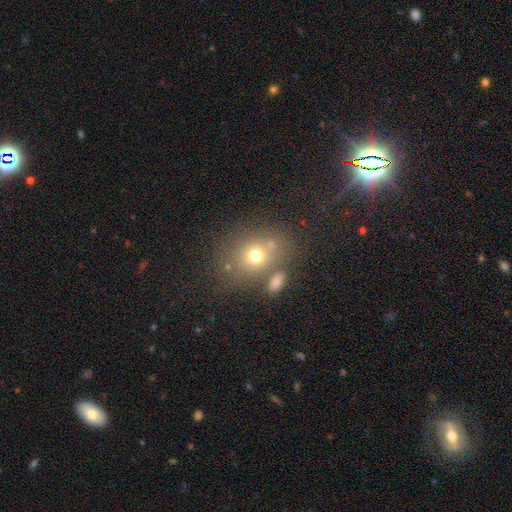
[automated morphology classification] smooth-or-featured: smooth: 68% | featured or disk: 16% | star or artifact: 16%
  how-rounded: round: 50% | in between: 48% | cigar-shaped: 1%
  merging: none: 62% | merger: 17% | minor disturbance: 14% | major disturbance: 7%